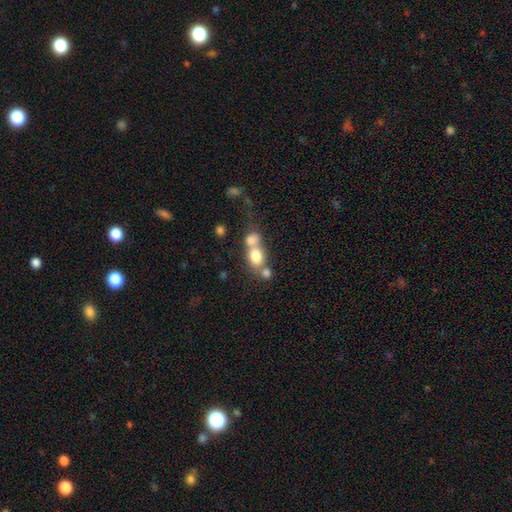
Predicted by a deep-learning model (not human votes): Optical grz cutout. It shows a smooth galaxy with no disk features (75%) that is round (51%). Merging: merger (61%).